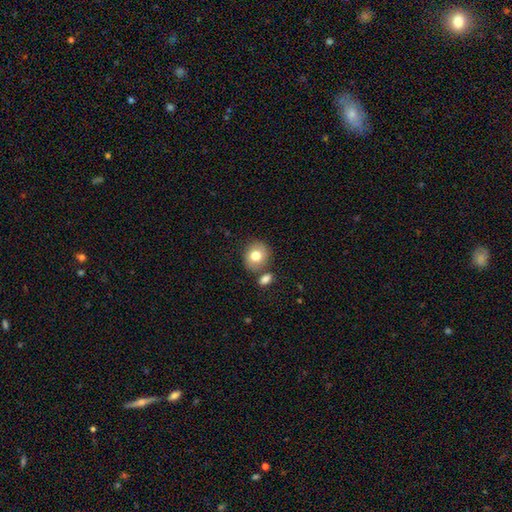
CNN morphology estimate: smooth_or_featured: smooth (p=0.78) [alt: featured or disk p=0.13]
how_rounded: round (p=0.70) [alt: in between p=0.29]
merging: none (p=0.70) [alt: merger p=0.14]